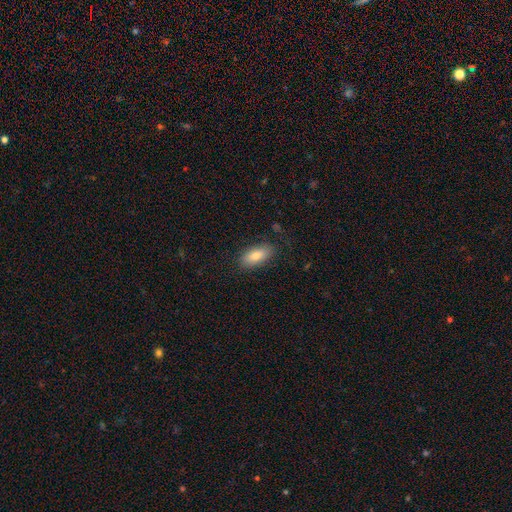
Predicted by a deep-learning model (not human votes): Overall: smooth (80%). How rounded: in between (86%). Merging: none (84%).